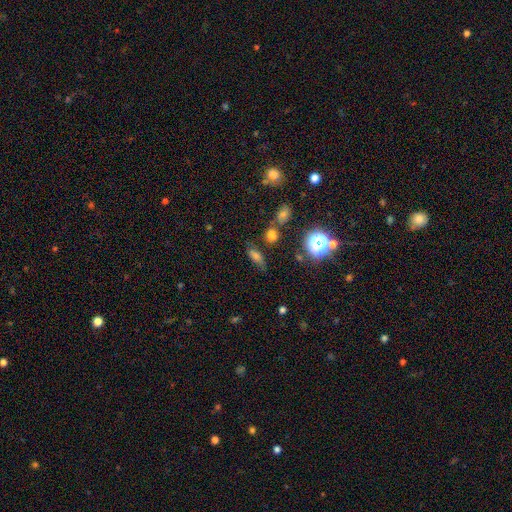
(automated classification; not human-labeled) Smooth or featured: smooth — 60% (star or artifact — 25%)
How rounded: in between — 63% (cigar-shaped — 22%)
Merging: none — 63% (minor disturbance — 20%)